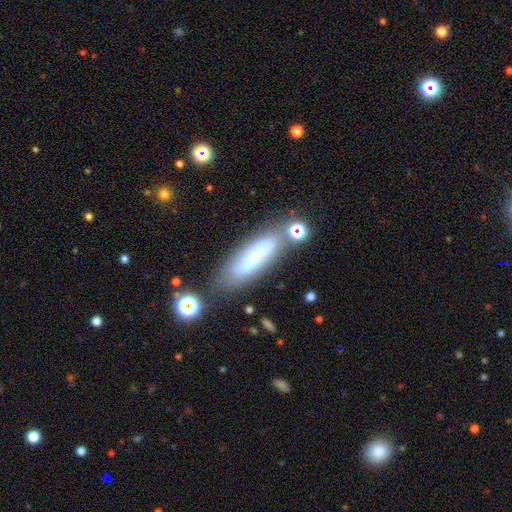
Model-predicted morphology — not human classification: This appears to be a smooth galaxy with no disk features (64%) that is cigar-shaped (63%). Merging: none (68%).